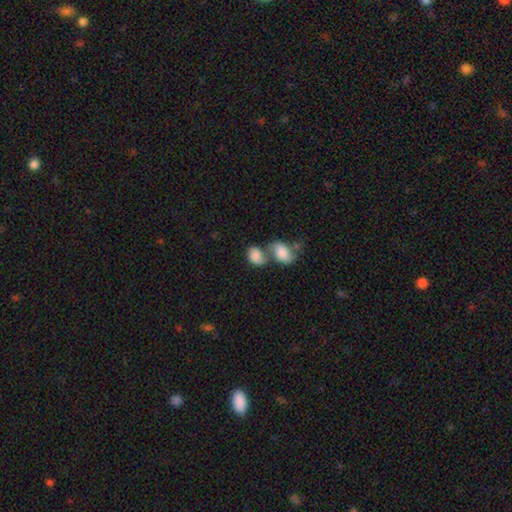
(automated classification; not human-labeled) Smooth or featured? Predicted: smooth (p=0.77). How rounded? Predicted: in between (p=0.78). Merging? Predicted: merger (p=0.67).